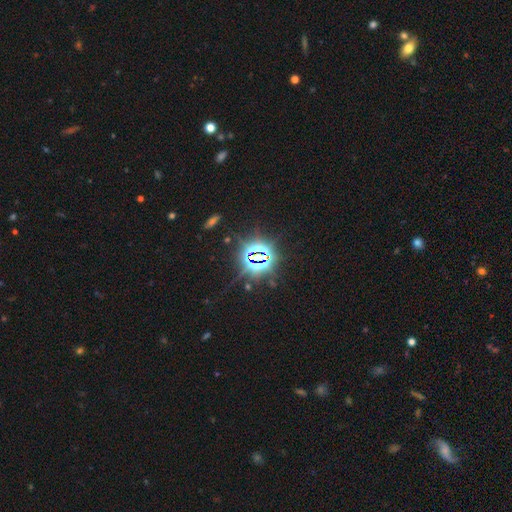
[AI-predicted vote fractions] Smooth or featured? Predicted: star or artifact (p=0.84).